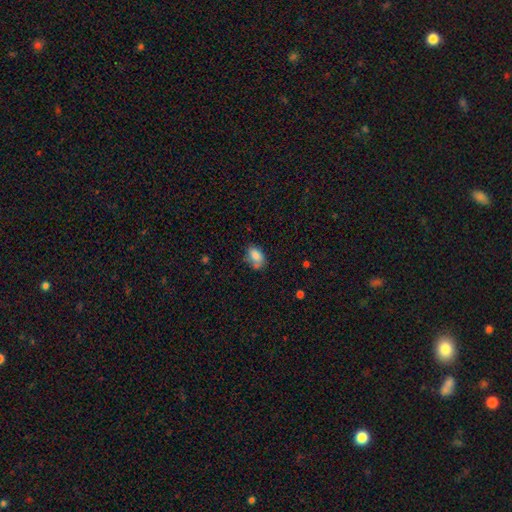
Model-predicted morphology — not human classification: A smooth galaxy with no disk features (81%) that is in between round and cigar-shaped (88%).

Vote fractions:
- Smooth or featured? smooth: 81% / featured or disk: 10% / star or artifact: 9%
- How rounded? in between: 88% / round: 10% / cigar-shaped: 2%
- Merging? none: 54% / minor disturbance: 28% / merger: 9% / major disturbance: 9%